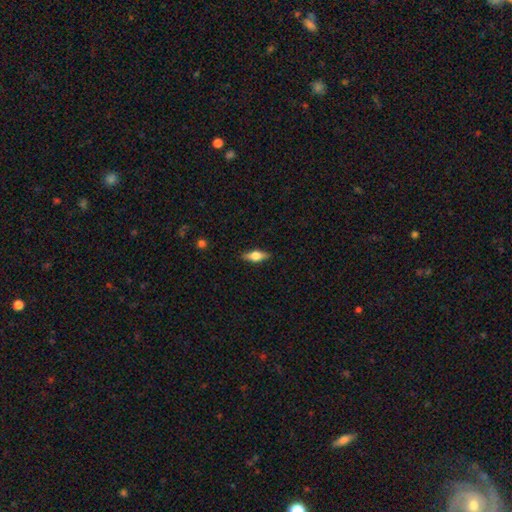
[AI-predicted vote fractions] The model was most divided on "smooth or featured": smooth: 48%, featured or disk: 45%, star or artifact: 7%. More confident: merging — none (87%).